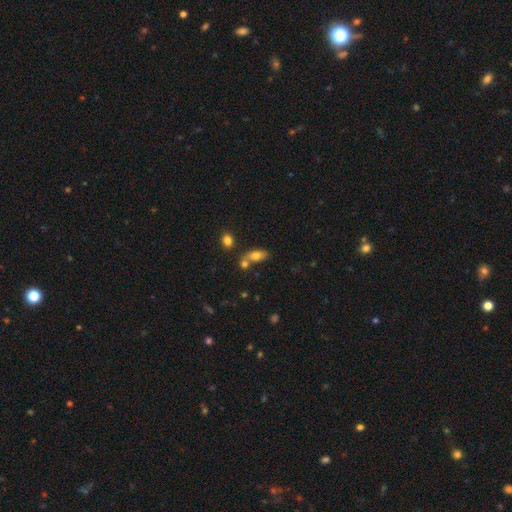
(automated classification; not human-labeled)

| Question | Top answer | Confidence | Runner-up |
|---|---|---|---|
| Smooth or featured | smooth | 73% | featured or disk (17%) |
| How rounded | in between | 81% | cigar-shaped (11%) |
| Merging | none | 53% | merger (30%) |